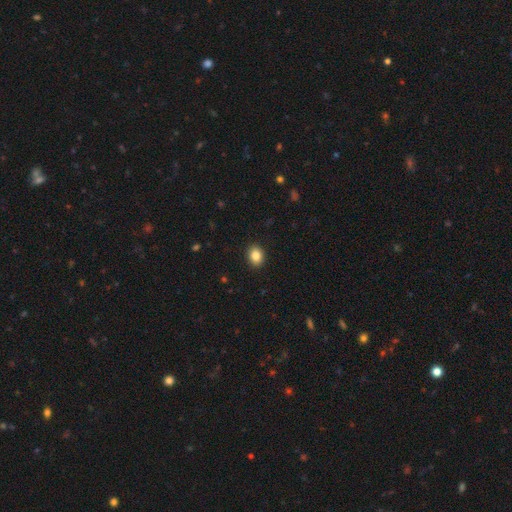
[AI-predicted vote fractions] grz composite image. It shows a smooth galaxy with no disk features (86%) that is in between round and cigar-shaped (57%). Merging: none (91%).